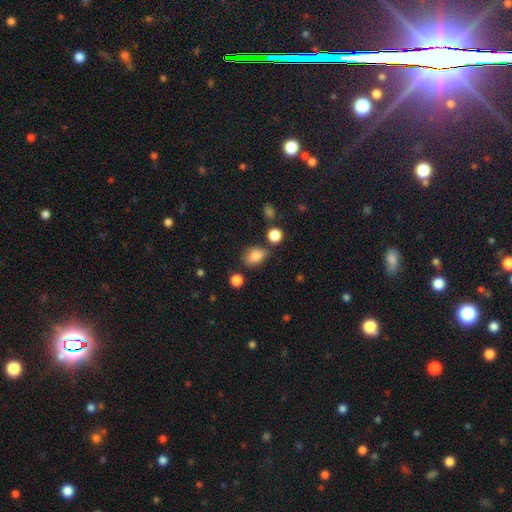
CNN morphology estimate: This appears to be a smooth galaxy with no disk features (84%) that is in between round and cigar-shaped (75%). Merging: none (70%).